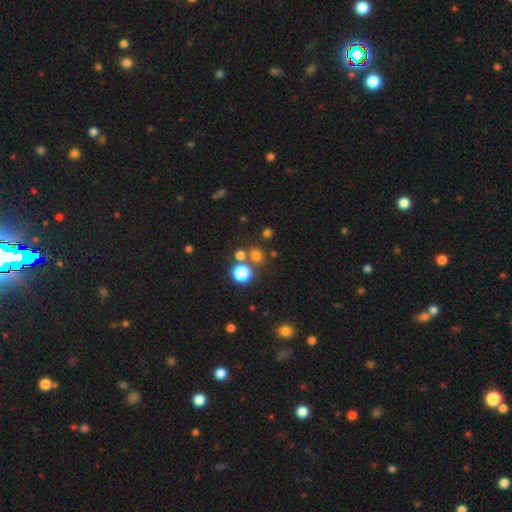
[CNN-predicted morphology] Smooth or featured? smooth (68%)
How rounded? round (83%)
Merging? none (70%)